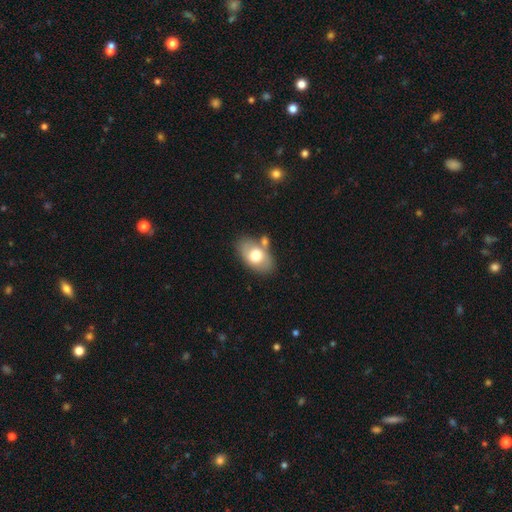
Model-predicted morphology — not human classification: smooth_or_featured: smooth (p=0.67) [alt: featured or disk p=0.26]
how_rounded: in between (p=0.89) [alt: round p=0.10]
merging: none (p=0.66) [alt: minor disturbance p=0.15]